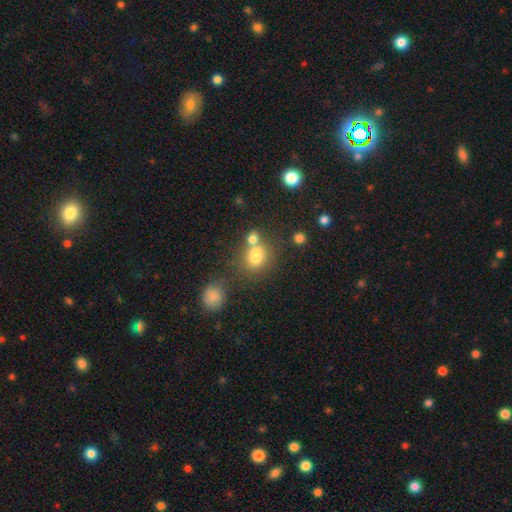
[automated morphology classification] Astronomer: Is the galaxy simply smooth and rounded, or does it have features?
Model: smooth — 72%.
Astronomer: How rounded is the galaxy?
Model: round — 65%.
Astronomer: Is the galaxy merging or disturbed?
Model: none — 43% (runner-up: merger, 40%).